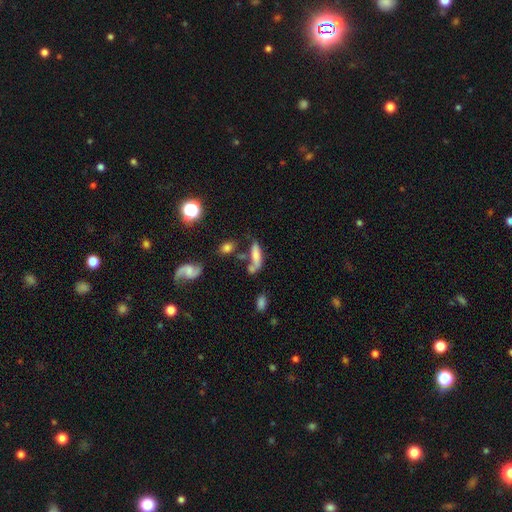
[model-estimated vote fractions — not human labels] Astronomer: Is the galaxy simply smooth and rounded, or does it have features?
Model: smooth — 67%.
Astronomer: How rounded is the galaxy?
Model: cigar-shaped — 49% (runner-up: in between, 48%).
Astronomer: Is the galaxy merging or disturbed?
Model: none — 38% (runner-up: merger, 26%).